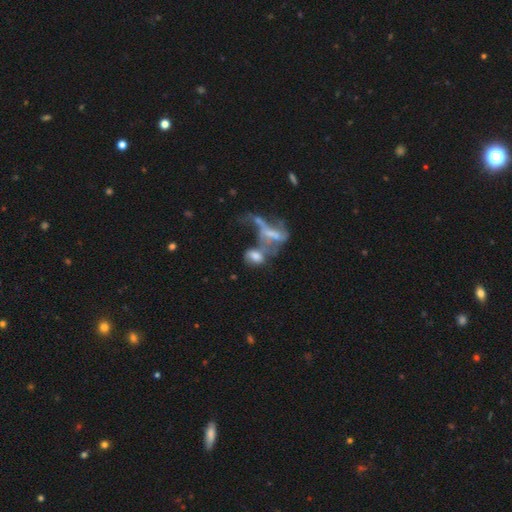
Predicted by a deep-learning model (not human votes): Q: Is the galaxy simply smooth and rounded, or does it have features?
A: smooth — 47%.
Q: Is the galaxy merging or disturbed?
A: merger — 61%.